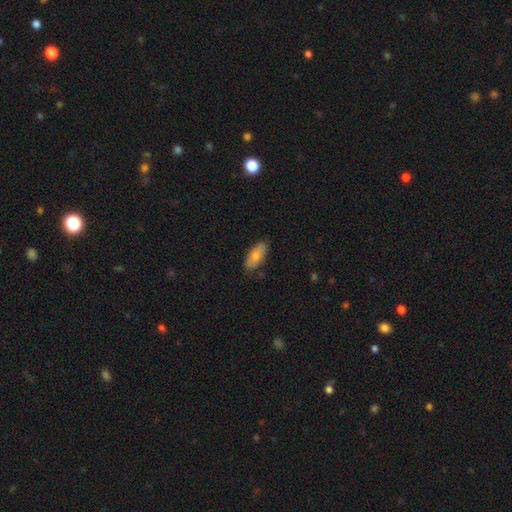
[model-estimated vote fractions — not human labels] Q: Smooth or featured?
A: smooth (77%); runner-up: featured or disk (17%)
Q: How rounded?
A: in between (84%); runner-up: cigar-shaped (13%)
Q: Merging?
A: none (82%); runner-up: minor disturbance (14%)